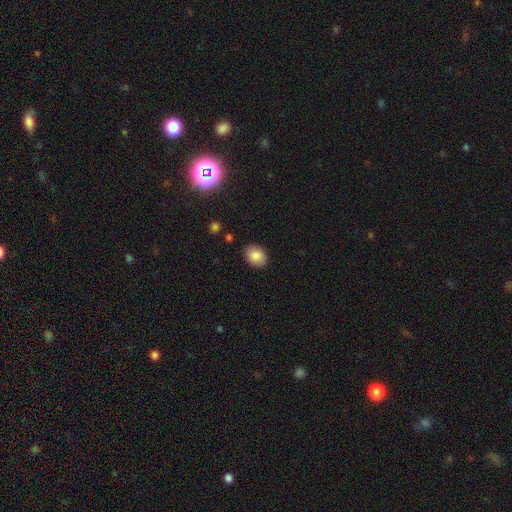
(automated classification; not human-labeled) The model was most divided on "how rounded": in between: 66%, round: 33%, cigar-shaped: 1%. More confident: merging — none (88%); smooth or featured — smooth (86%).